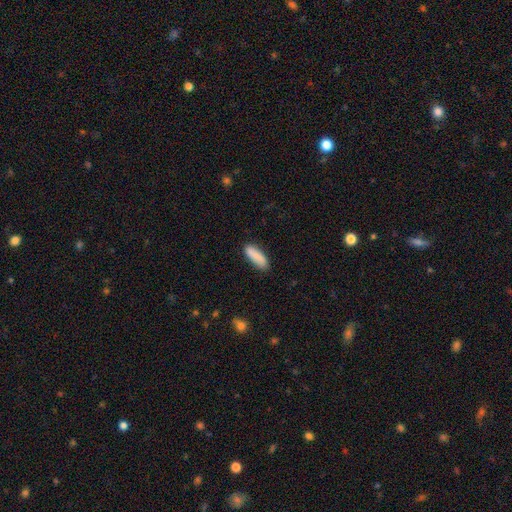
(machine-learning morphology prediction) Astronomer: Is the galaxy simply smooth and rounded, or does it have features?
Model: smooth — 85%.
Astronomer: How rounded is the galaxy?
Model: in between — 60% (runner-up: cigar-shaped, 38%).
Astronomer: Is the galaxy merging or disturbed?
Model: none — 81%.